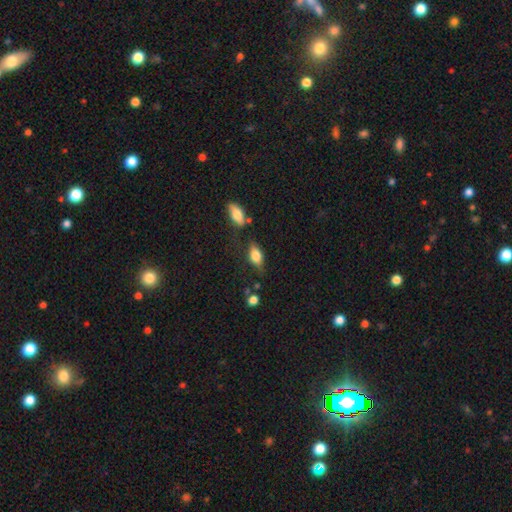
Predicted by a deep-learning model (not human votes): This appears to be a smooth galaxy with no disk features (77%) that is in between round and cigar-shaped (85%). Merging: none (65%).